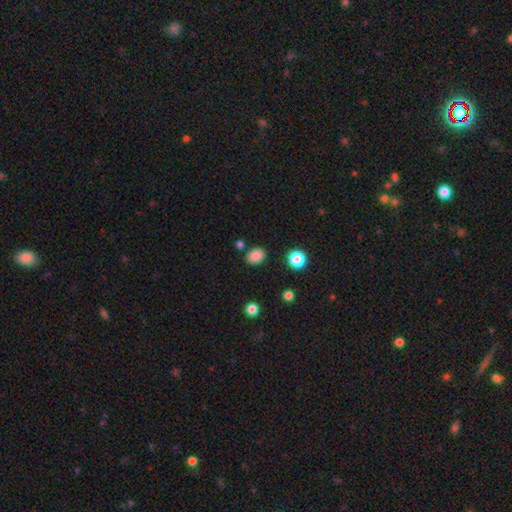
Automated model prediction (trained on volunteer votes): Overall: smooth (85%). How rounded: in between (65%; round 34%). Merging: none (82%).